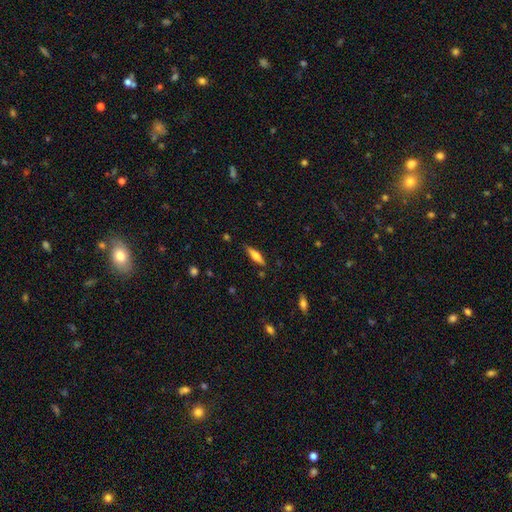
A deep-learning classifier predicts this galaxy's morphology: A smooth galaxy with no disk features (61%) that is cigar-shaped (66%).

Vote fractions:
- Smooth or featured? smooth: 61% / featured or disk: 33% / star or artifact: 7%
- How rounded? cigar-shaped: 66% / in between: 32% / round: 2%
- Merging? none: 83% / minor disturbance: 12% / major disturbance: 3% / merger: 2%